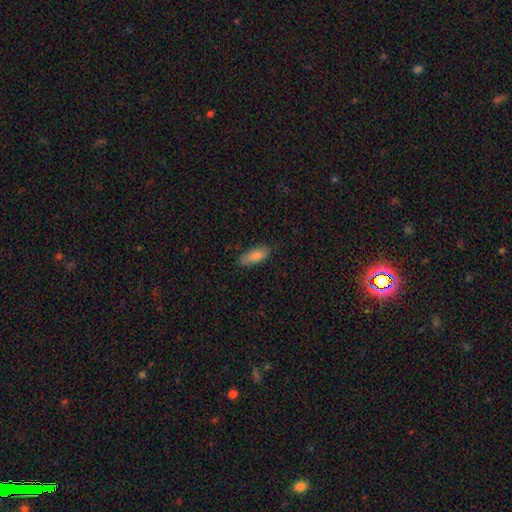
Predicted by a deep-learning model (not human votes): Smooth or featured: smooth — 85% (featured or disk — 8%)
How rounded: in between — 79% (cigar-shaped — 19%)
Merging: none — 79% (minor disturbance — 17%)